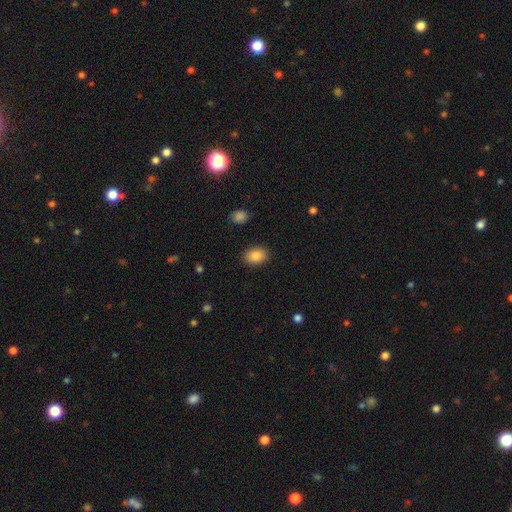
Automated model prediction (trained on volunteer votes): The model was most divided on "how rounded": in between: 78%, round: 21%, cigar-shaped: 1%. More confident: merging — none (88%); smooth or featured — smooth (86%).